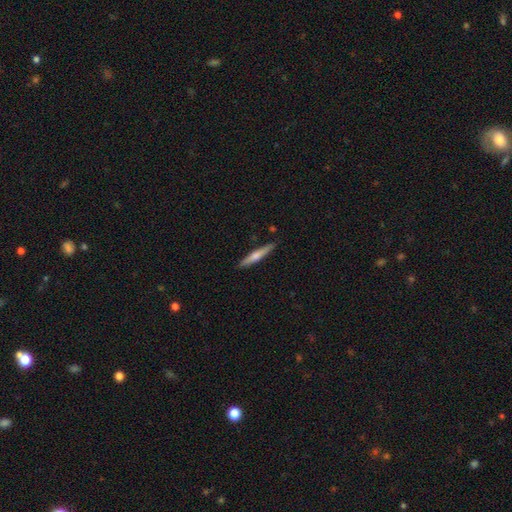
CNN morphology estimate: smooth_or_featured: smooth (p=0.48) [alt: featured or disk p=0.46]
merging: none (p=0.89) [alt: minor disturbance p=0.08]